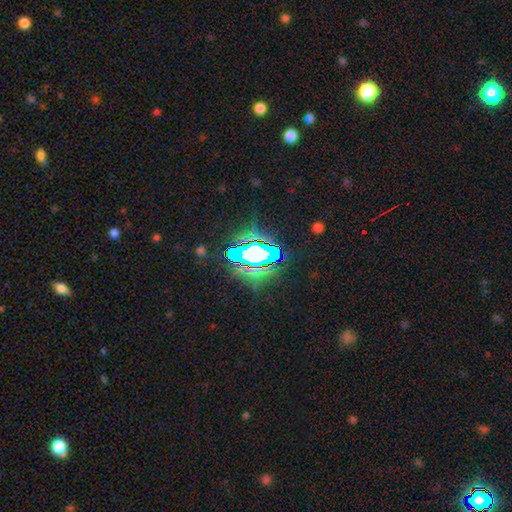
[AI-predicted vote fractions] smooth-or-featured: star or artifact: 60% | smooth: 23% | featured or disk: 17%